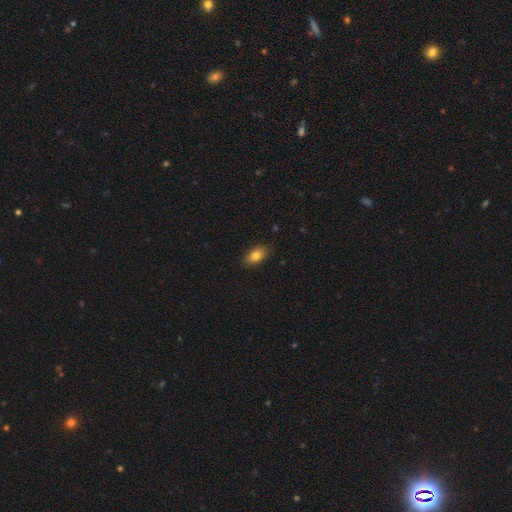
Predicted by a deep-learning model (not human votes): This is clearly a smooth galaxy (81%). How rounded: clearly in between (88%). Merging: clearly none (86%).